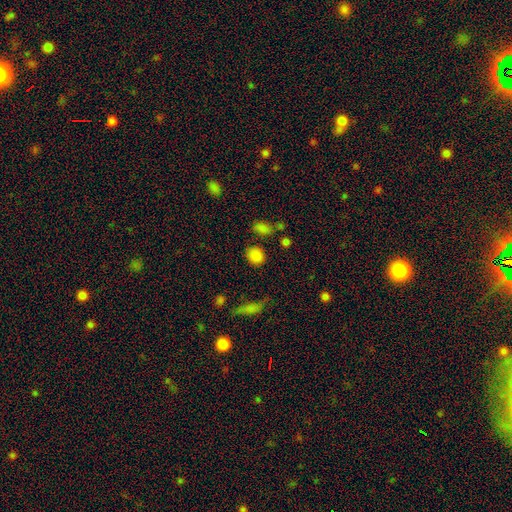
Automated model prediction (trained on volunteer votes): smooth-or-featured: smooth: 83% | star or artifact: 13% | featured or disk: 4%
  how-rounded: round: 71% | in between: 27% | cigar-shaped: 2%
  merging: none: 82% | minor disturbance: 10% | merger: 4% | major disturbance: 3%